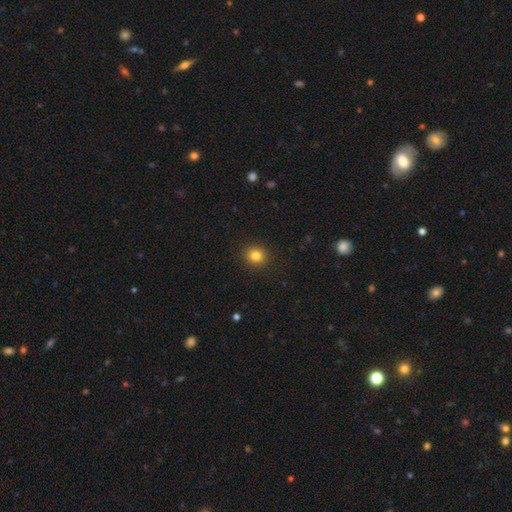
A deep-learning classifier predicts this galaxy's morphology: Smooth or featured? smooth (82%)
How rounded? round (83%)
Merging? none (91%)